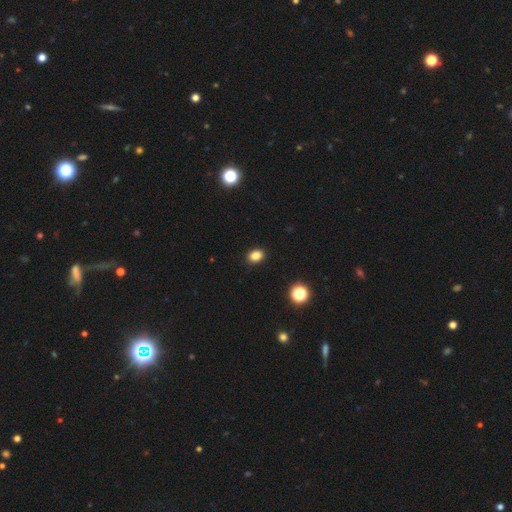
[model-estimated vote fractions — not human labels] A smooth galaxy with no disk features (84%) that is in between round and cigar-shaped (65%).

Vote fractions:
- Smooth or featured? smooth: 84% / star or artifact: 12% / featured or disk: 4%
- How rounded? in between: 65% / round: 34% / cigar-shaped: 1%
- Merging? none: 91% / minor disturbance: 7% / major disturbance: 2% / merger: 1%